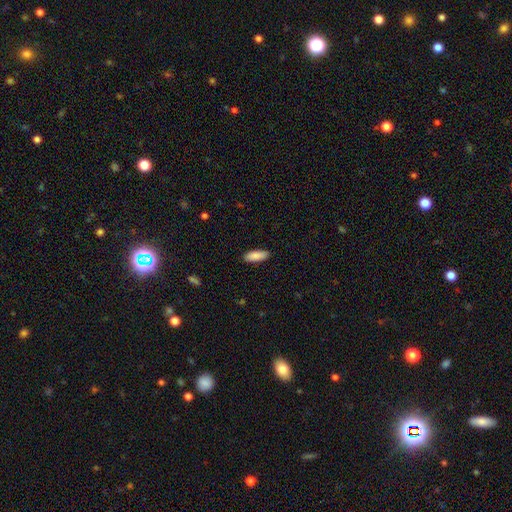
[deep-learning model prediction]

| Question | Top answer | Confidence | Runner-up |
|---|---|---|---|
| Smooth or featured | smooth | 88% | featured or disk (6%) |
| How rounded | in between | 68% | cigar-shaped (31%) |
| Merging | none | 89% | minor disturbance (8%) |